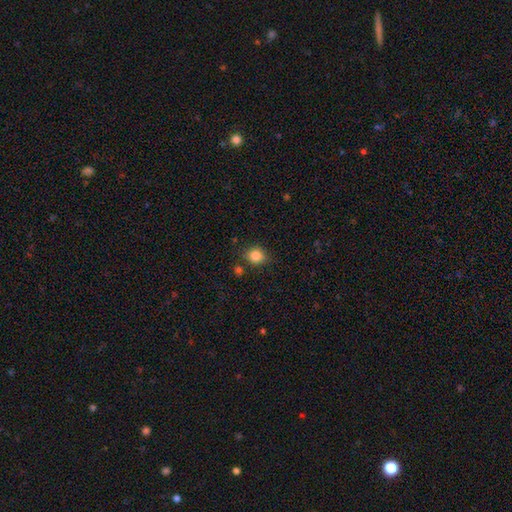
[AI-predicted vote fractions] Smooth or featured? smooth (83%)
How rounded? round (73%)
Merging? none (80%)